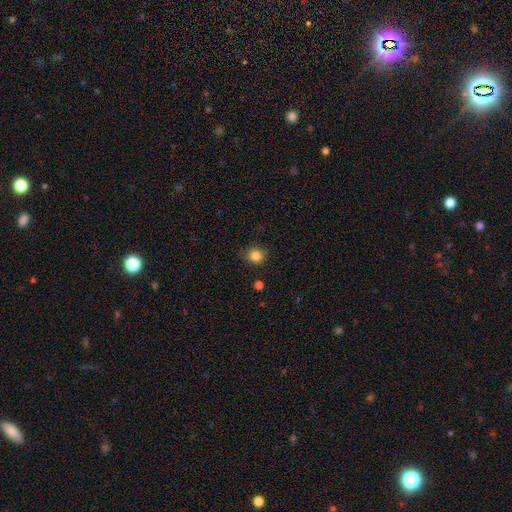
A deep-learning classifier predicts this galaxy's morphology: Overall: smooth (83%). How rounded: round (83%). Merging: none (84%).